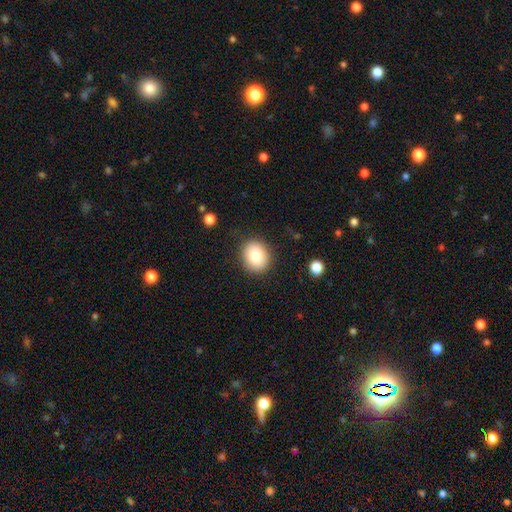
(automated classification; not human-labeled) smooth_or_featured: smooth (p=0.87) [alt: star or artifact p=0.08]
how_rounded: round (p=0.60) [alt: in between p=0.40]
merging: none (p=0.87) [alt: minor disturbance p=0.09]